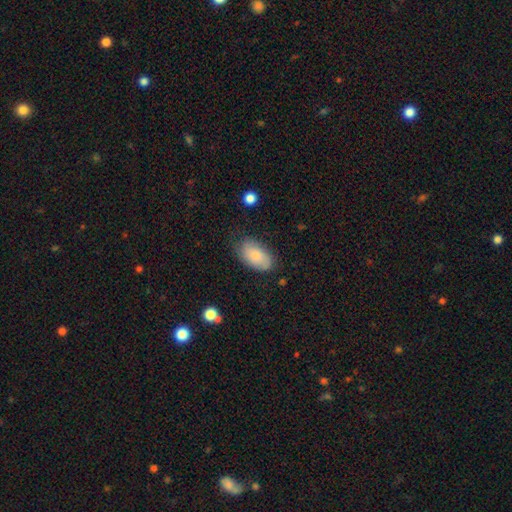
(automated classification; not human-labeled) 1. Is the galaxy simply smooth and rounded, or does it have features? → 75% smooth, 18% featured or disk, 7% star or artifact.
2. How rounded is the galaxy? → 94% in between, 5% round, 2% cigar-shaped.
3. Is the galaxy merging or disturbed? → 74% none, 20% minor disturbance, 5% major disturbance, 1% merger.